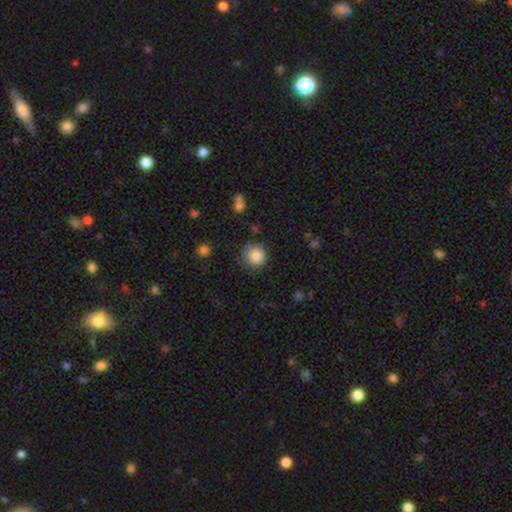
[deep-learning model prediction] The model was most divided on "merging": none: 79%, minor disturbance: 15%, major disturbance: 4%, merger: 2%. More confident: how rounded — round (91%); smooth or featured — smooth (86%).